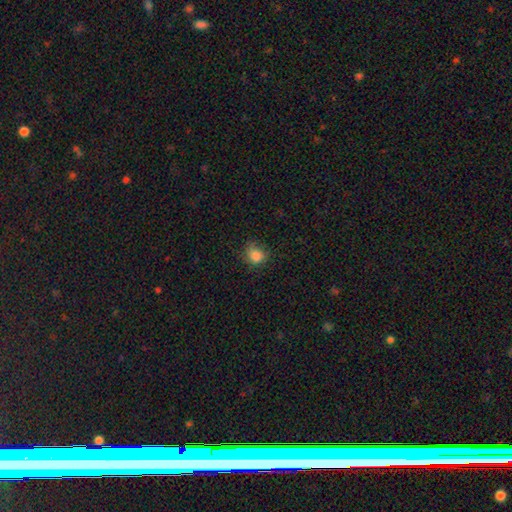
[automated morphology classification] The model was most divided on "how rounded": round: 69%, in between: 30%, cigar-shaped: 1%. More confident: smooth or featured — smooth (84%); merging — none (66%).